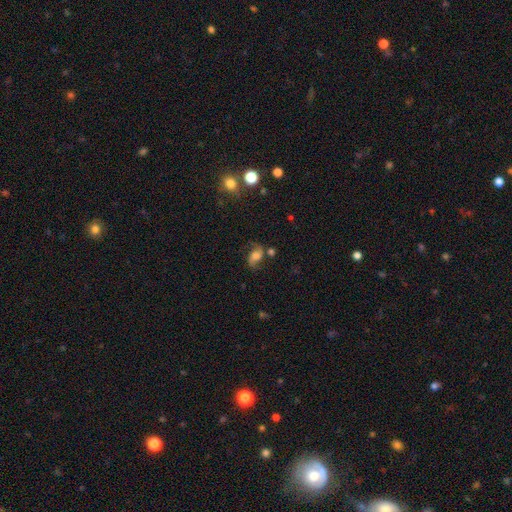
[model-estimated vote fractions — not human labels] featured or disk 59%, smooth 28%, star or artifact 12%. Down the decision tree: edge-on disk — no (96%); bar — no (57%); spiral arms — yes (91%); spiral arm count — 2 (88%); spiral winding — loose (63%); bulge size — moderate (36%); merging — none (59%).